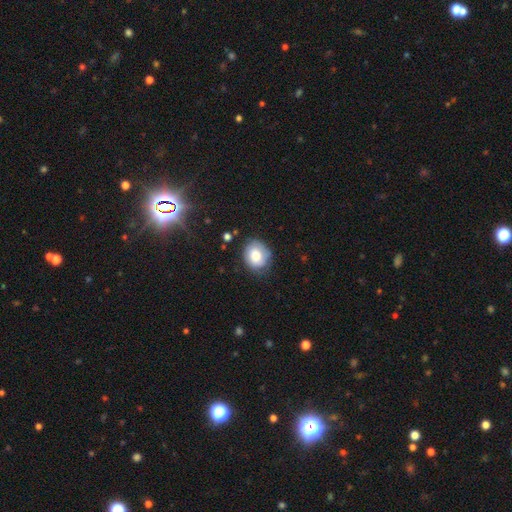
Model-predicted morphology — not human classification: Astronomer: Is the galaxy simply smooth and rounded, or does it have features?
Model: smooth — 75%.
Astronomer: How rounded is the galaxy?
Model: round — 66%.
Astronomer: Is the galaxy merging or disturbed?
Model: none — 75%.